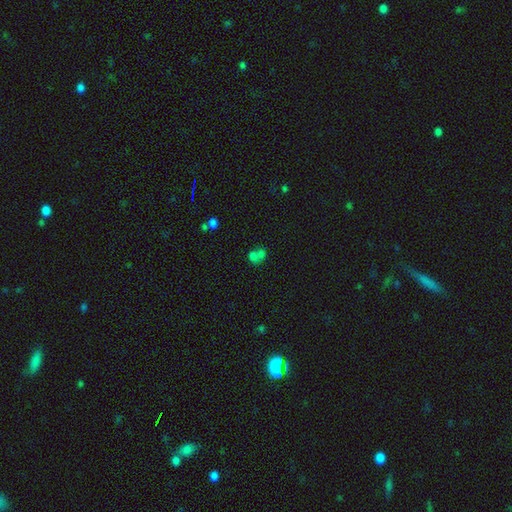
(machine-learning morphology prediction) This appears to be a smooth galaxy with no disk features (64%) that is round (61%). Merging: merger (61%).